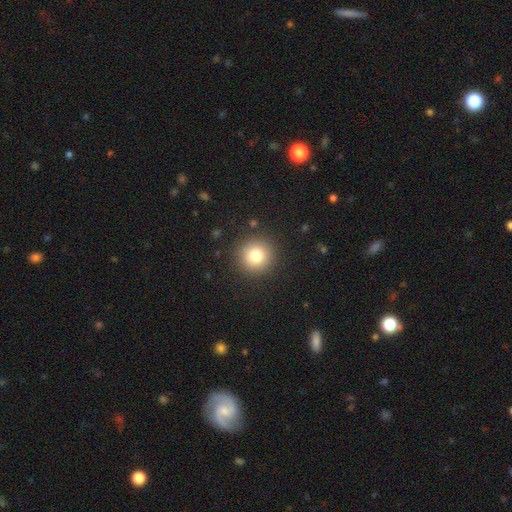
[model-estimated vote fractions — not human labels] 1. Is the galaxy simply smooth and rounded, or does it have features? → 79% smooth, 12% star or artifact, 9% featured or disk.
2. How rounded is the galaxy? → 95% round, 4% in between, 1% cigar-shaped.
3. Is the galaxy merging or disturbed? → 90% none, 6% minor disturbance, 3% major disturbance, 1% merger.